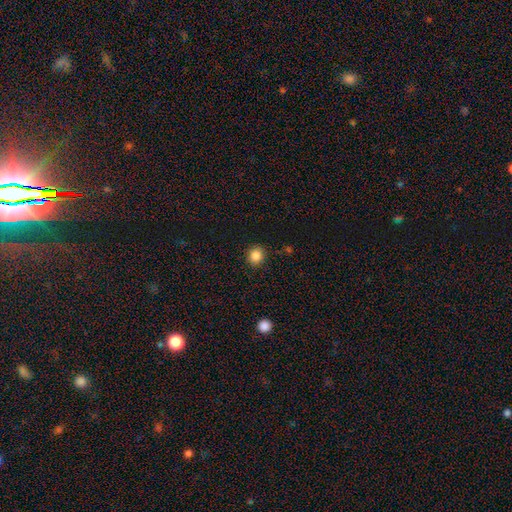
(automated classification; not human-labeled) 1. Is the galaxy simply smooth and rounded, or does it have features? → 86% smooth, 11% star or artifact, 4% featured or disk.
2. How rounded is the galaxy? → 88% round, 11% in between, 1% cigar-shaped.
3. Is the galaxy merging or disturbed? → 90% none, 7% minor disturbance, 2% major disturbance, 1% merger.